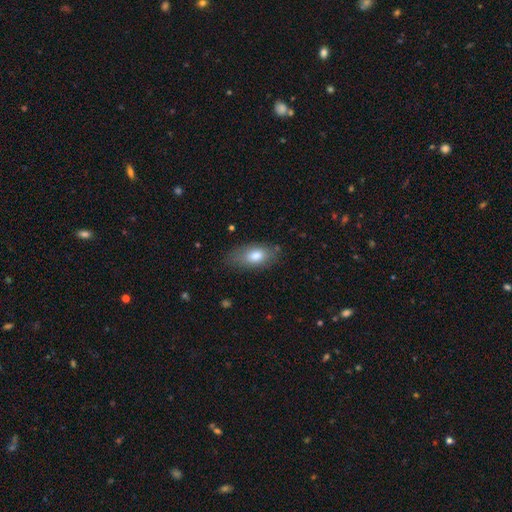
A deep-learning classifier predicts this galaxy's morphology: smooth 78%, featured or disk 15%, star or artifact 7%. Down the decision tree: how rounded — in between (89%); merging — none (76%).